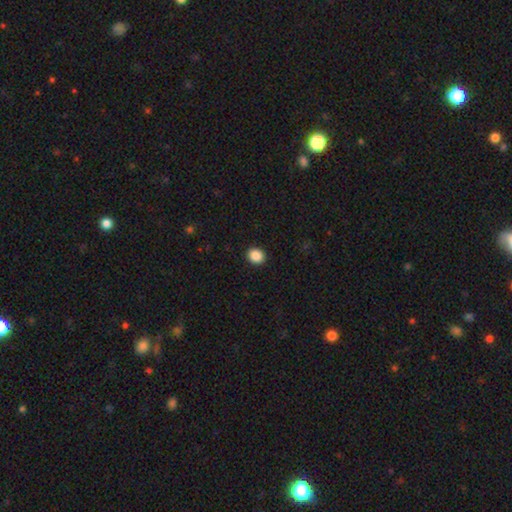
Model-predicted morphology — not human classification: This is clearly a smooth galaxy (89%). How rounded: likely round (64%). Merging: clearly none (92%).